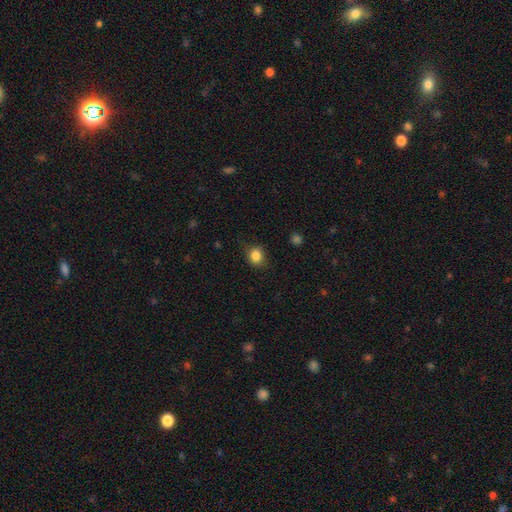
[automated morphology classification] Overall: smooth (84%). How rounded: round (65%; in between 34%). Merging: none (73%).